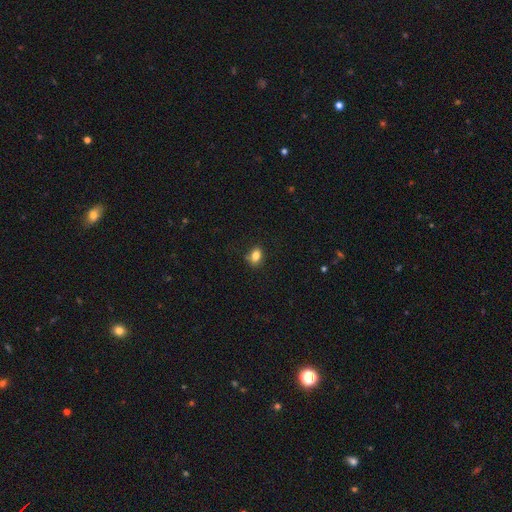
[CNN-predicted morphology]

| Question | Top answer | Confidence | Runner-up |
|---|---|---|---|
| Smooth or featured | smooth | 82% | star or artifact (10%) |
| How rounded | in between | 75% | round (23%) |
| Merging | none | 73% | minor disturbance (18%) |